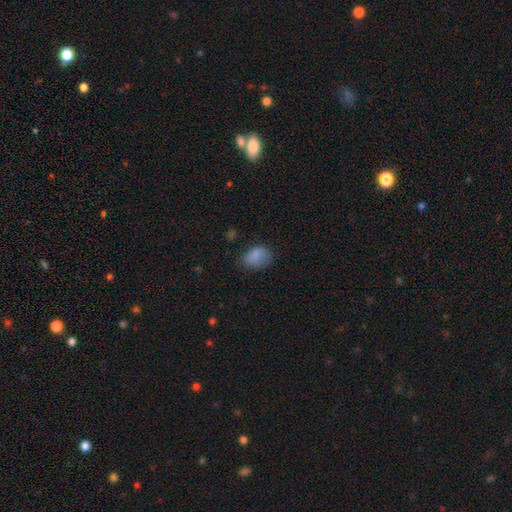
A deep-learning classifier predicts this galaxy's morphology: smooth-or-featured: smooth: 82% | star or artifact: 10% | featured or disk: 8%
  how-rounded: in between: 77% | round: 22% | cigar-shaped: 1%
  merging: none: 61% | minor disturbance: 28% | major disturbance: 10% | merger: 2%